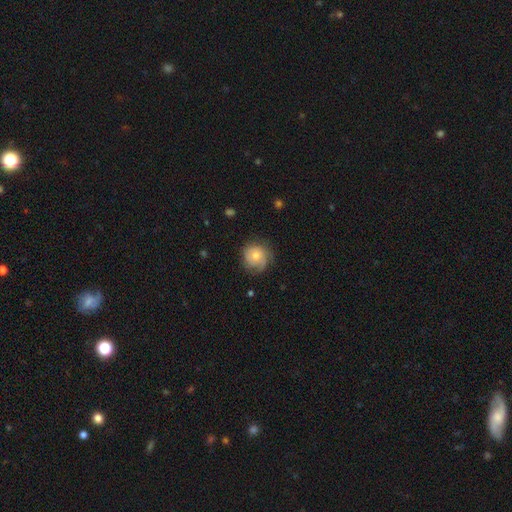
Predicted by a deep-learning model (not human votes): smooth-or-featured: smooth: 50% | featured or disk: 42% | star or artifact: 8%
  merging: none: 69% | minor disturbance: 21% | major disturbance: 8% | merger: 1%